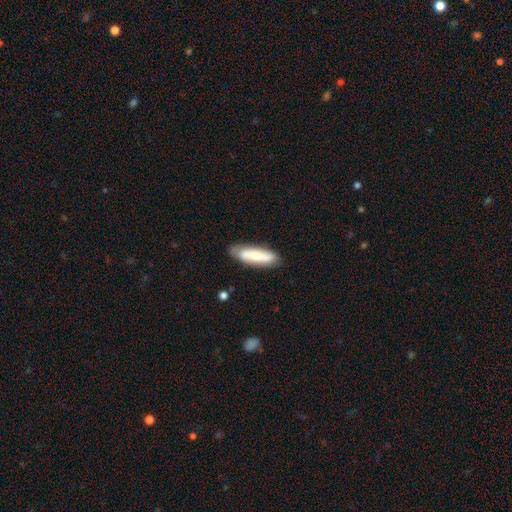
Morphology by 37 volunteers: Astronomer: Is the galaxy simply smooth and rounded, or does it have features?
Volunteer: smooth — 59% (runner-up: featured or disk, 41%).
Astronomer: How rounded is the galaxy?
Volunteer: in between — 50%, tied with cigar-shaped at 50%.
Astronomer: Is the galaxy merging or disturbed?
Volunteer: none — 81%.